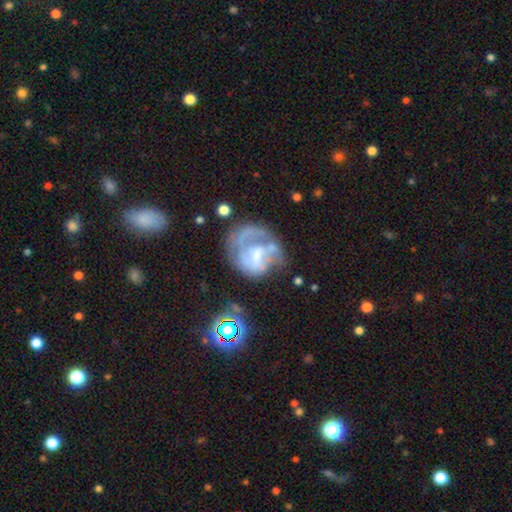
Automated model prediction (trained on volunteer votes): smooth-or-featured: featured or disk: 67% | smooth: 23% | star or artifact: 10%
  disk-edge-on: no: 98% | yes: 2%
    bar: no: 48% | weak: 38% | strong: 14%
    has-spiral-arms: yes: 57% | no: 43%
    bulge-size: none: 36% | moderate: 29% | small: 26% | large: 7% | dominant: 2%
  merging: none: 41% | major disturbance: 31% | minor disturbance: 21% | merger: 7%